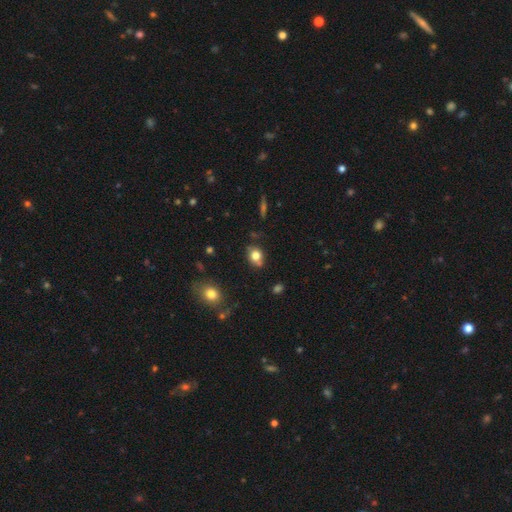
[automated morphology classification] This is likely a smooth galaxy (77%). How rounded: possibly in between (57%). Merging: likely none (68%).